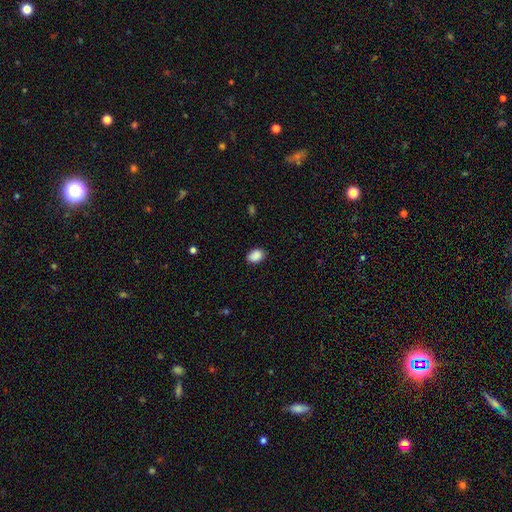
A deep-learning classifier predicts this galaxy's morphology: Smooth or featured? smooth (89%)
How rounded? in between (79%)
Merging? none (84%)